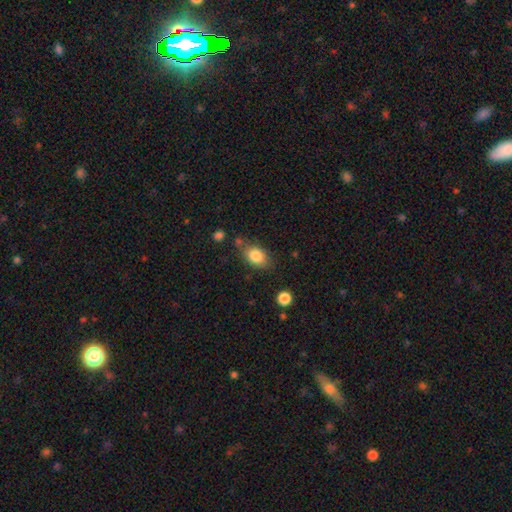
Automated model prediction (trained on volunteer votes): smooth 83%, featured or disk 9%, star or artifact 8%. Down the decision tree: how rounded — in between (80%); merging — none (71%).